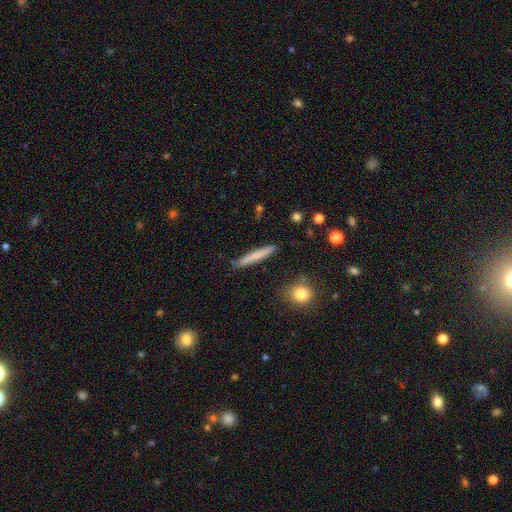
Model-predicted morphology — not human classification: Smooth or featured? smooth (72%)
How rounded? cigar-shaped (95%)
Merging? none (90%)